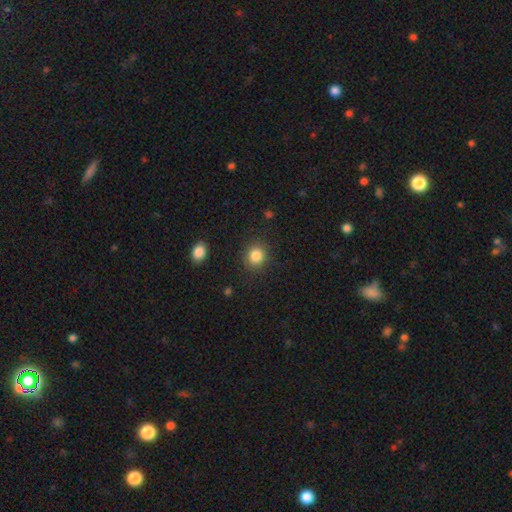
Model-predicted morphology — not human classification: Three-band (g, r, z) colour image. It shows a smooth galaxy with no disk features (85%) that is round (80%). Merging: none (88%).